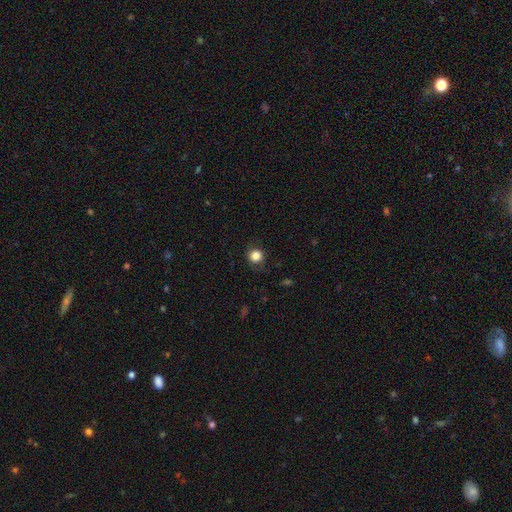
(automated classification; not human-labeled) smooth-or-featured: smooth: 84% | star or artifact: 11% | featured or disk: 5%
  how-rounded: round: 90% | in between: 9% | cigar-shaped: 1%
  merging: none: 85% | minor disturbance: 10% | major disturbance: 3% | merger: 1%